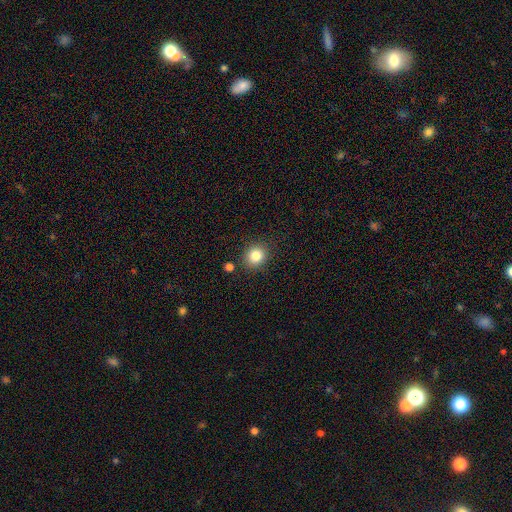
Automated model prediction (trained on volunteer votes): A smooth galaxy with no disk features (83%) that is round (79%).

Vote fractions:
- Smooth or featured? smooth: 83% / star or artifact: 11% / featured or disk: 6%
- How rounded? round: 79% / in between: 20% / cigar-shaped: 1%
- Merging? none: 84% / minor disturbance: 9% / merger: 4% / major disturbance: 3%